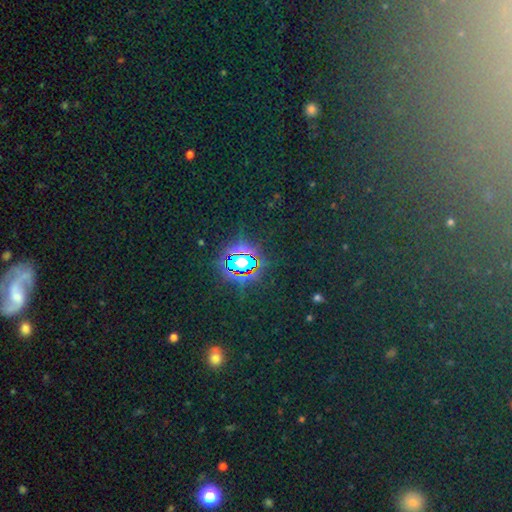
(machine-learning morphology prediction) type=star or artifact (82%).